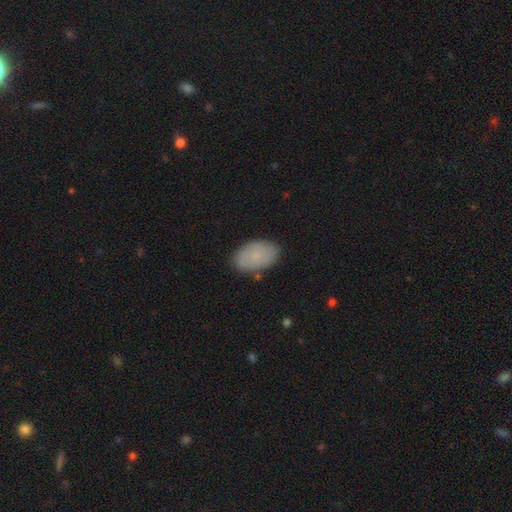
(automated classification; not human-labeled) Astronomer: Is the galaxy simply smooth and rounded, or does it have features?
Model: smooth — 72%.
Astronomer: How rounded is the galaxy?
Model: in between — 93%.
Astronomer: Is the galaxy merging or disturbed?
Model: none — 82%.